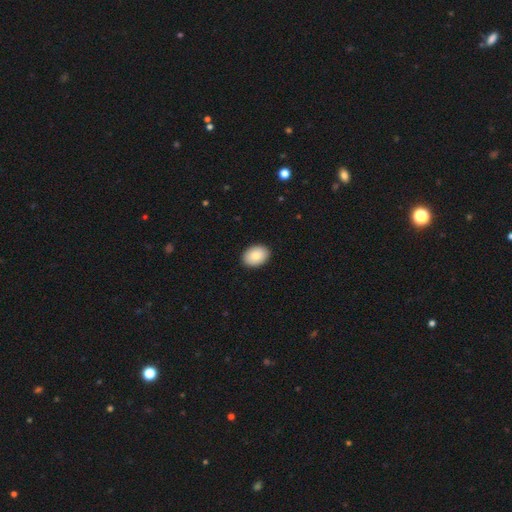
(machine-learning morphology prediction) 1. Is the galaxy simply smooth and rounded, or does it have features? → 86% smooth, 8% featured or disk, 6% star or artifact.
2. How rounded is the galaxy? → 81% in between, 18% round, 1% cigar-shaped.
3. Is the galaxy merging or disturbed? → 91% none, 7% minor disturbance, 2% major disturbance, 1% merger.